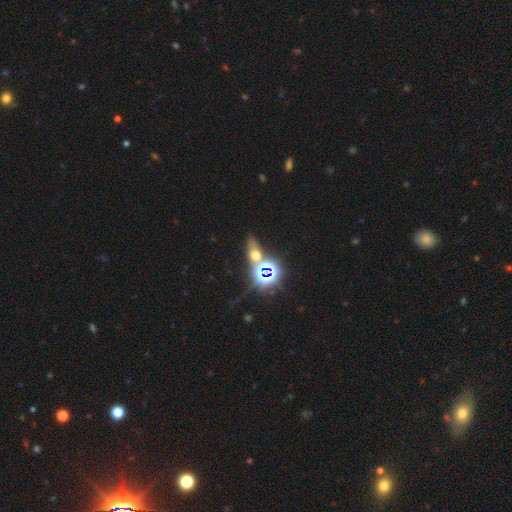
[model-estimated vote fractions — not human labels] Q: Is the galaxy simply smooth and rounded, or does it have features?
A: star or artifact — 47%.